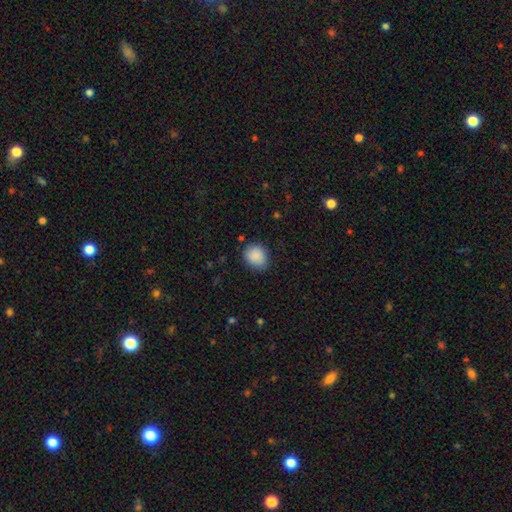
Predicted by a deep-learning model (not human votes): Overall: smooth (89%). How rounded: round (65%; in between 34%). Merging: none (81%).